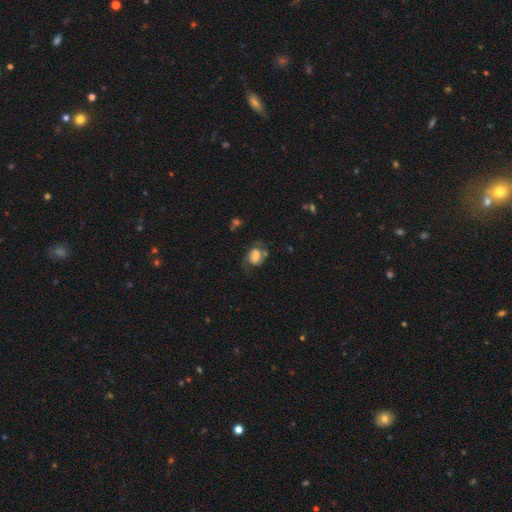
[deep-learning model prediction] Smooth or featured: smooth — 47% (featured or disk — 43%)
Merging: none — 52% (minor disturbance — 24%)